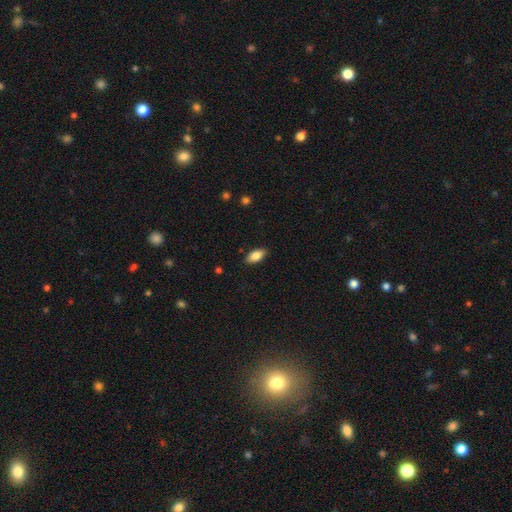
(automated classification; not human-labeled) This appears to be a smooth galaxy with no disk features (83%) that is in between round and cigar-shaped (89%). Merging: none (87%).